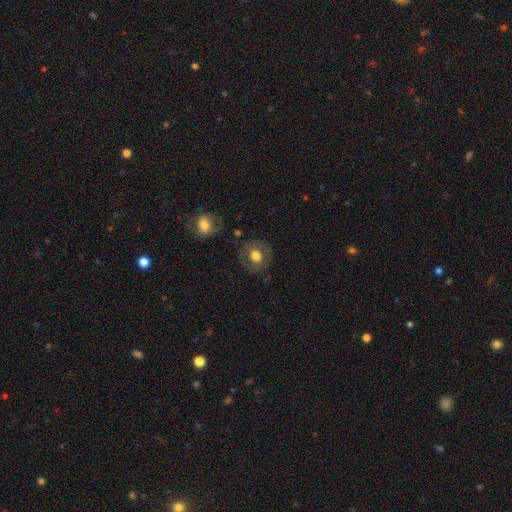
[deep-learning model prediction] The model was most divided on "smooth or featured": smooth: 63%, featured or disk: 29%, star or artifact: 8%. More confident: merging — none (79%); how rounded — round (68%).